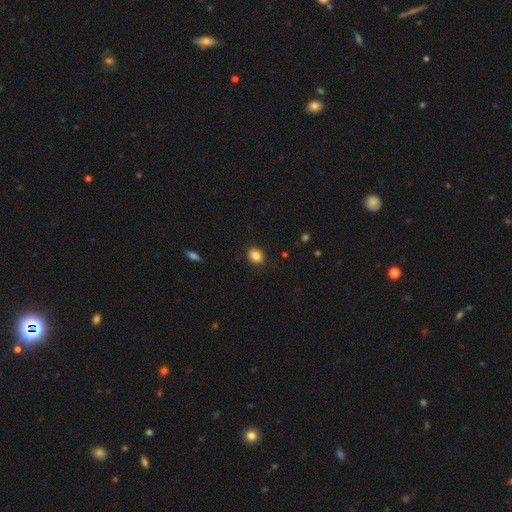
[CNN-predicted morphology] Smooth or featured? smooth (86%)
How rounded? in between (60%)
Merging? none (87%)